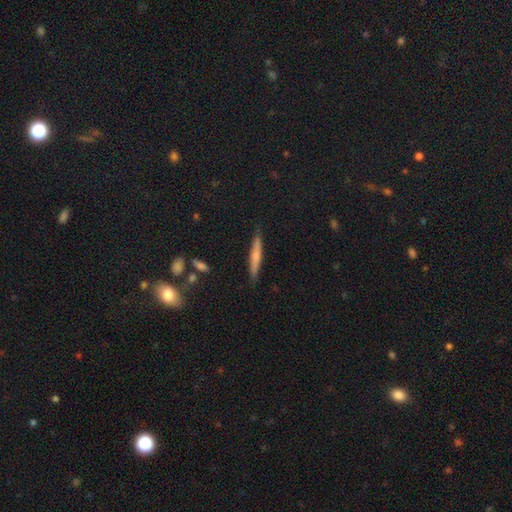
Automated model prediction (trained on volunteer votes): Q: Smooth or featured?
A: smooth (56%); runner-up: featured or disk (38%)
Q: How rounded?
A: cigar-shaped (93%); runner-up: in between (5%)
Q: Merging?
A: none (87%); runner-up: minor disturbance (10%)